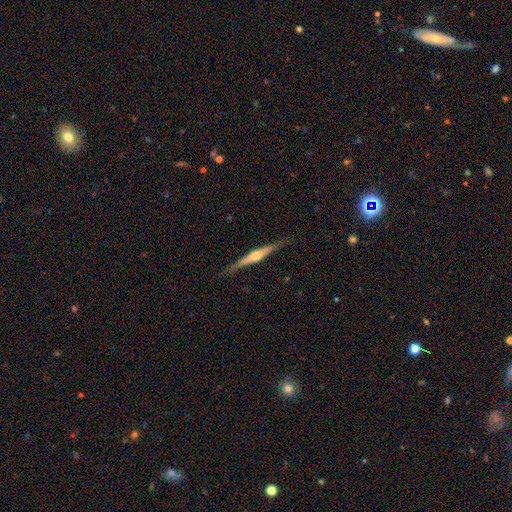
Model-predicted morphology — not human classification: smooth_or_featured: featured or disk (p=0.77) [alt: smooth p=0.17]
disk_edge_on: yes (p=0.98) [alt: no p=0.02]
edge_on_bulge: rounded (p=0.86) [alt: boxy p=0.09]
merging: none (p=0.87) [alt: minor disturbance p=0.10]